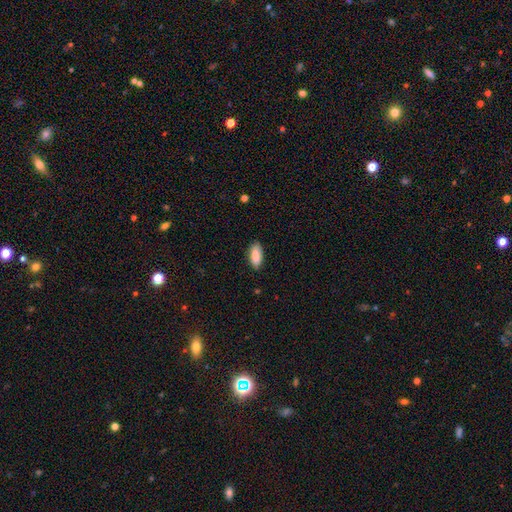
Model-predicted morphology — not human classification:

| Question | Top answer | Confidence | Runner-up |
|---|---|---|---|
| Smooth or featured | smooth | 89% | star or artifact (6%) |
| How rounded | in between | 87% | cigar-shaped (11%) |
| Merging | none | 84% | minor disturbance (13%) |